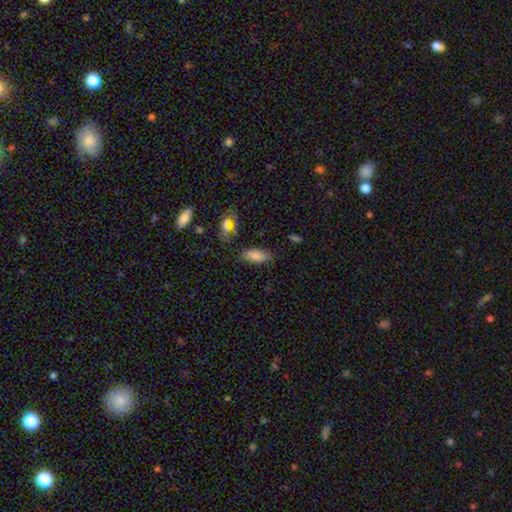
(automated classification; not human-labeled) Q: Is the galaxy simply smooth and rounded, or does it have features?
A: smooth — 84%.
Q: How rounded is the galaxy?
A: in between — 86%.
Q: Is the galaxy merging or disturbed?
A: none — 78%.